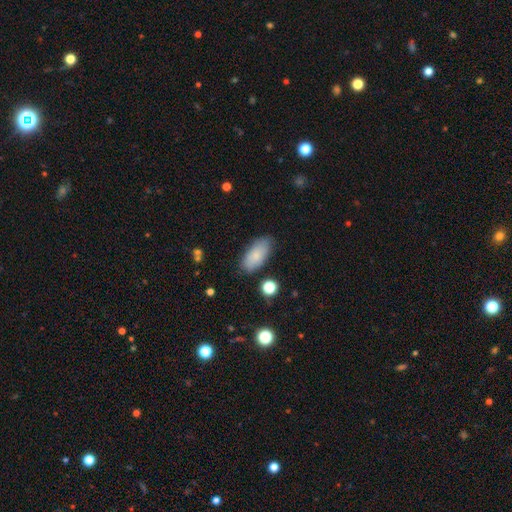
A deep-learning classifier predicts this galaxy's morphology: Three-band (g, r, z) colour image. It shows a smooth galaxy with no disk features (81%) that is in between round and cigar-shaped (90%). Merging: none (81%).